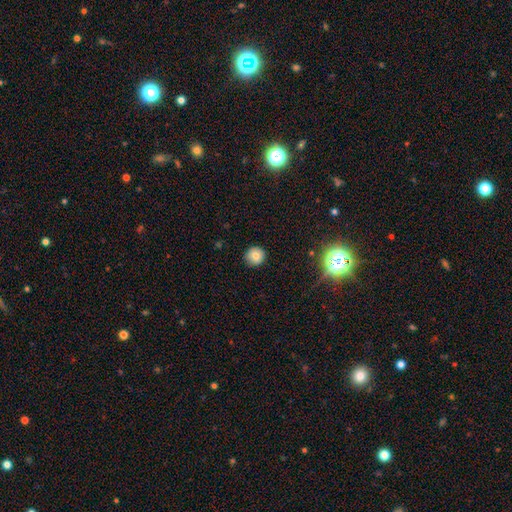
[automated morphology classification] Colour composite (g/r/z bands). It shows a smooth galaxy with no disk features (78%) that is round (94%). Merging: none (89%).